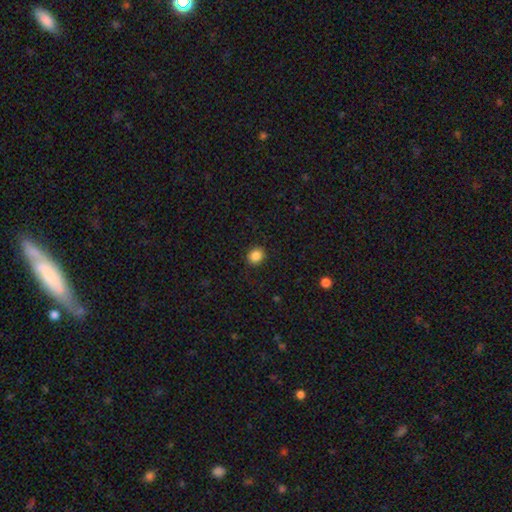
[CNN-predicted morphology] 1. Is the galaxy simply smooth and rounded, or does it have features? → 86% smooth, 10% star or artifact, 4% featured or disk.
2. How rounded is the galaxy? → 80% round, 19% in between, 1% cigar-shaped.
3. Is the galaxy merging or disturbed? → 90% none, 7% minor disturbance, 2% major disturbance, 1% merger.